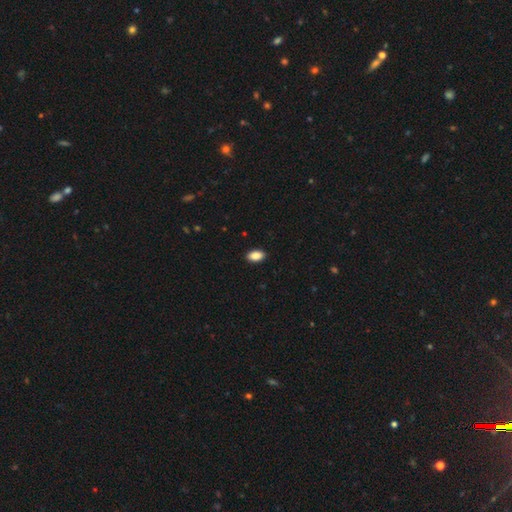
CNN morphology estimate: Q: Smooth or featured?
A: smooth (89%); runner-up: star or artifact (7%)
Q: How rounded?
A: in between (93%); runner-up: round (5%)
Q: Merging?
A: none (91%); runner-up: minor disturbance (7%)